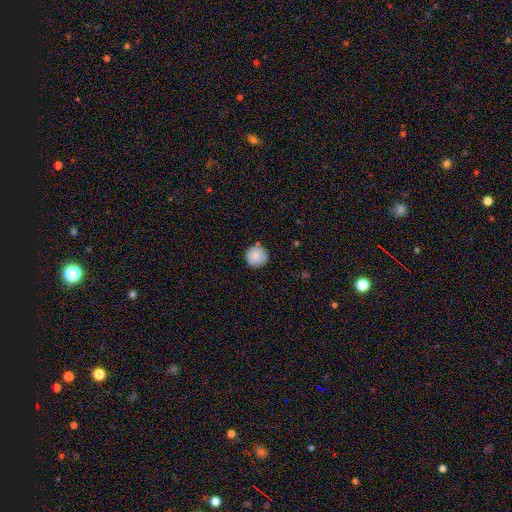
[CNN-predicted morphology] smooth_or_featured: smooth (p=0.85) [alt: star or artifact p=0.08]
how_rounded: round (p=0.95) [alt: in between p=0.04]
merging: none (p=0.84) [alt: minor disturbance p=0.12]